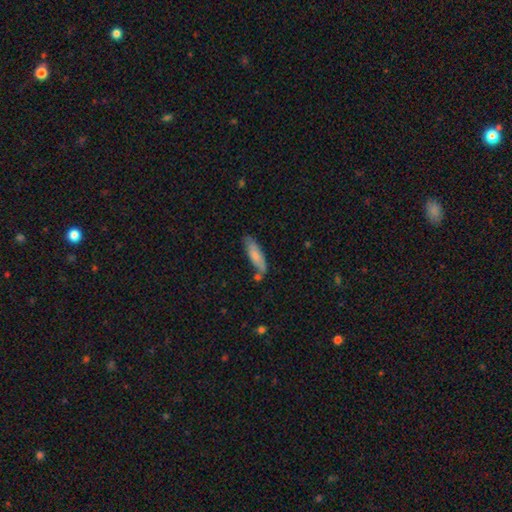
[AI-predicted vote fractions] smooth 75%, featured or disk 19%, star or artifact 6%. Down the decision tree: how rounded — cigar-shaped (56%); merging — none (62%).